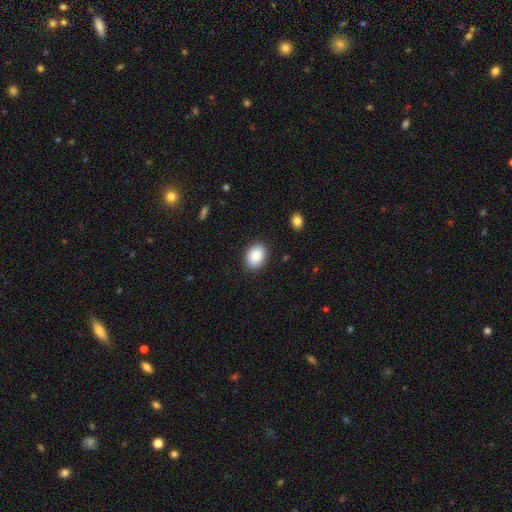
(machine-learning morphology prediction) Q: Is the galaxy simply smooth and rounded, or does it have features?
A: smooth — 87%.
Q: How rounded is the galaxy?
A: in between — 68%.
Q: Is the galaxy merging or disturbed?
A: none — 89%.